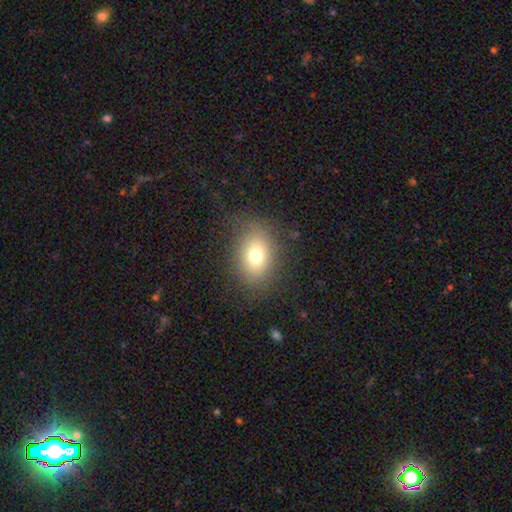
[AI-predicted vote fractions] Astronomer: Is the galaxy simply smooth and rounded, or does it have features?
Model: smooth — 74%.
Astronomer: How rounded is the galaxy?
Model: in between — 70%.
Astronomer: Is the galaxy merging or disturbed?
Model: none — 80%.